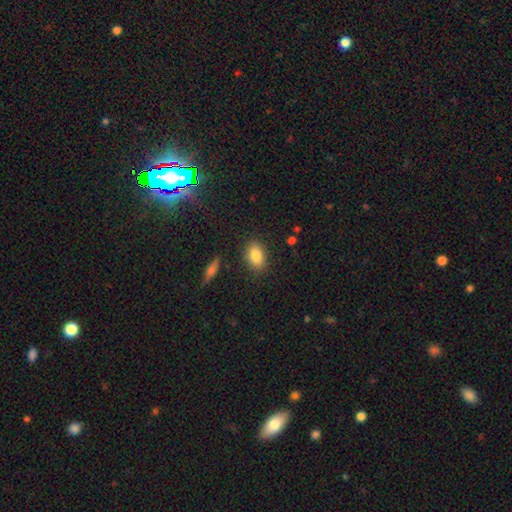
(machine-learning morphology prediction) A smooth galaxy with no disk features (85%) that is in between round and cigar-shaped (87%).

Vote fractions:
- Smooth or featured? smooth: 85% / star or artifact: 8% / featured or disk: 7%
- How rounded? in between: 87% / round: 10% / cigar-shaped: 3%
- Merging? none: 84% / minor disturbance: 11% / major disturbance: 3% / merger: 2%